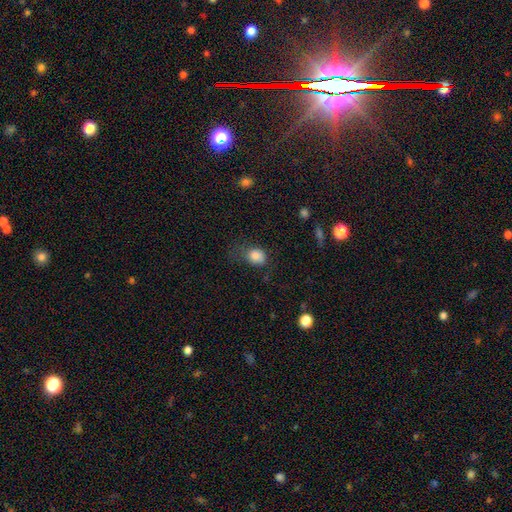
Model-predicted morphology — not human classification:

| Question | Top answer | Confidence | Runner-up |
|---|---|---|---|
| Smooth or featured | smooth | 83% | star or artifact (10%) |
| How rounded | in between | 51% | round (47%) |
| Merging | none | 39% | minor disturbance (34%) |